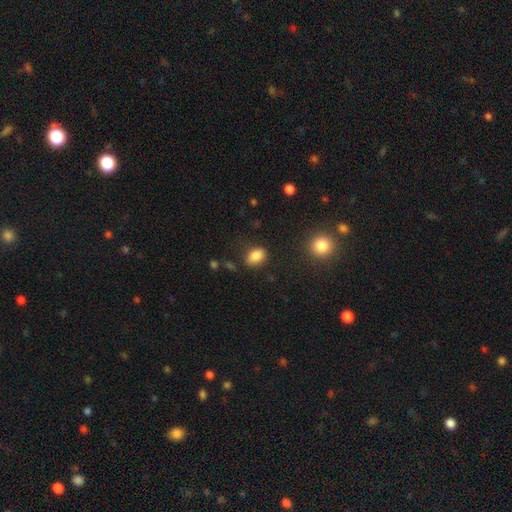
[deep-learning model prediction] smooth 86%, star or artifact 9%, featured or disk 5%. Down the decision tree: how rounded — in between (80%); merging — none (80%).